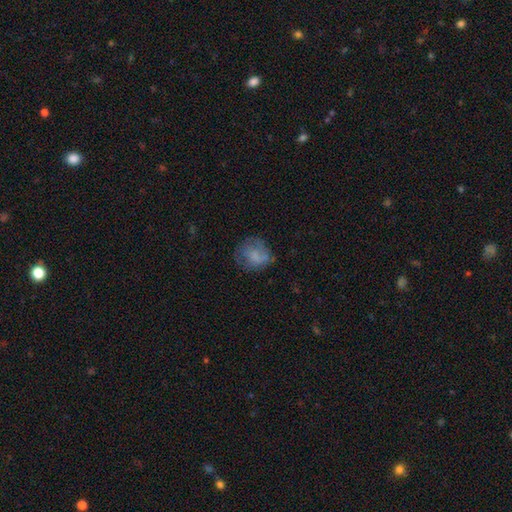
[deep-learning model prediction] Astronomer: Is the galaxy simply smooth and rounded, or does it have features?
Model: smooth — 62%.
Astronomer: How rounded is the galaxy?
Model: round — 77%.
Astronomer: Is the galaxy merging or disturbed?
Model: none — 61%.